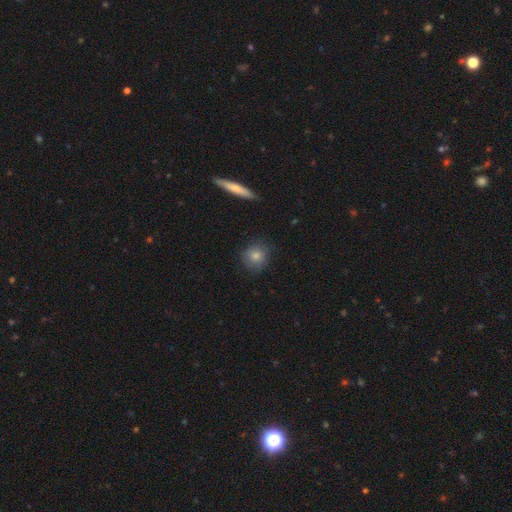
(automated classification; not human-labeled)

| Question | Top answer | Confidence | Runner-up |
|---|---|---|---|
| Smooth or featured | smooth | 80% | featured or disk (10%) |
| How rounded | round | 87% | in between (12%) |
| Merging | none | 79% | minor disturbance (15%) |